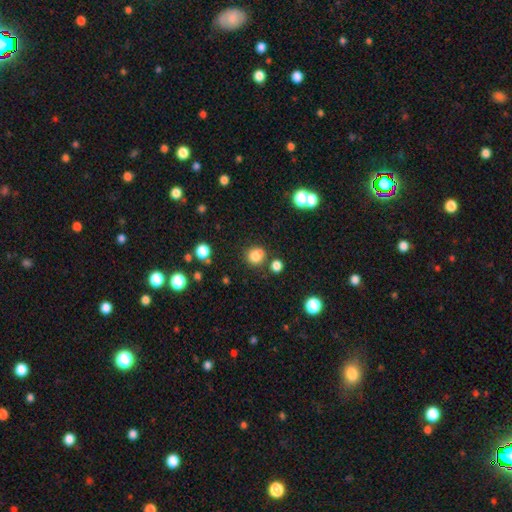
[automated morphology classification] Overall: smooth (80%). How rounded: round (84%). Merging: none (67%).